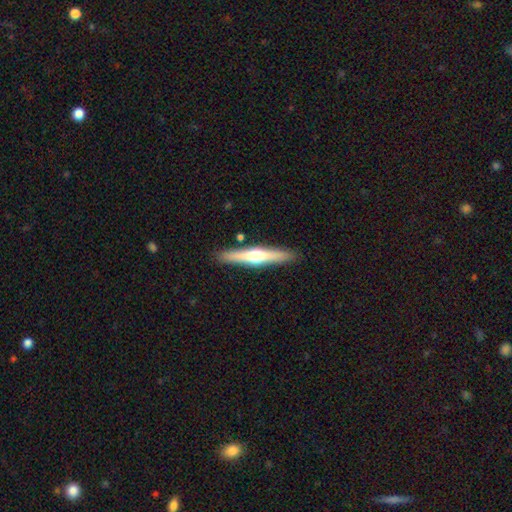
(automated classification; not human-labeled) A featured or disk galaxy (58%) viewed edge-on (96%) with a rounded central bulge (92%). Merging: none (89%).